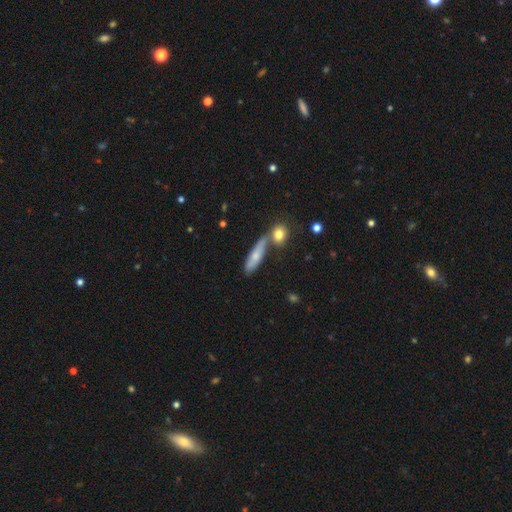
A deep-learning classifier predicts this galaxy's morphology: type=smooth (66%); roundness=cigar-shaped (60%); merging=none (52%).